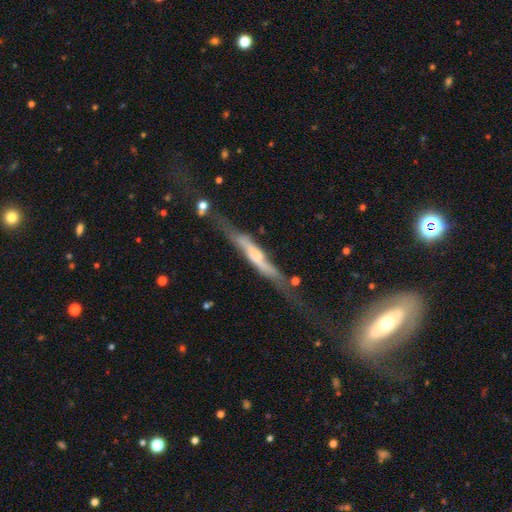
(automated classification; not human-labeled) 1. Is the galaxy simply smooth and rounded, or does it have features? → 69% featured or disk, 25% smooth, 6% star or artifact.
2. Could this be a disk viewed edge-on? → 79% yes, 21% no.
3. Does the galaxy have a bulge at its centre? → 51% rounded, 25% boxy, 24% none.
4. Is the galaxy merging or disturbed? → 36% none, 28% major disturbance, 25% minor disturbance, 12% merger.